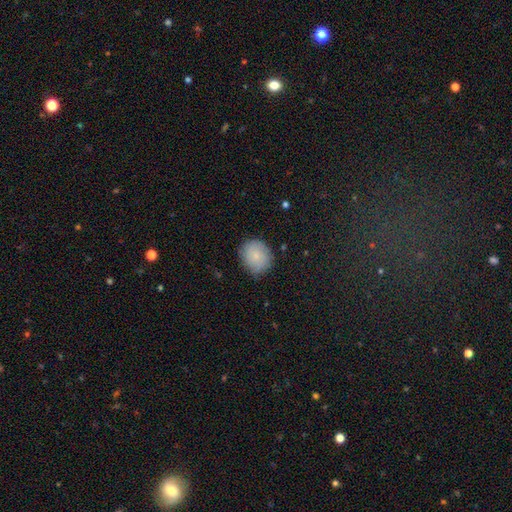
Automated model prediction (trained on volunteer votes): A smooth galaxy with no disk features (79%) that is round (76%).

Vote fractions:
- Smooth or featured? smooth: 79% / featured or disk: 13% / star or artifact: 7%
- How rounded? round: 76% / in between: 24% / cigar-shaped: 1%
- Merging? none: 79% / minor disturbance: 17% / major disturbance: 3% / merger: 1%